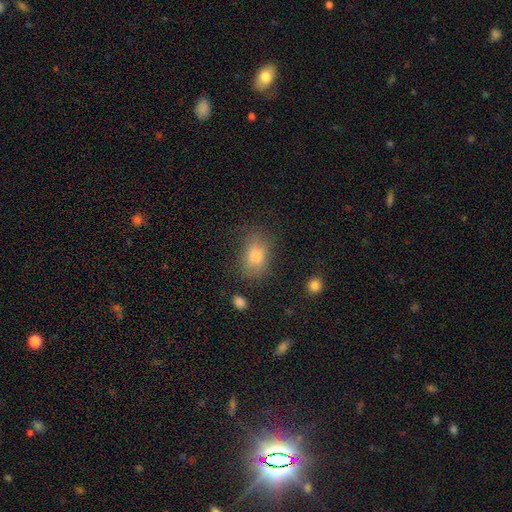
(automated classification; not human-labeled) smooth 78%, featured or disk 11%, star or artifact 10%. Down the decision tree: how rounded — in between (79%); merging — none (65%).